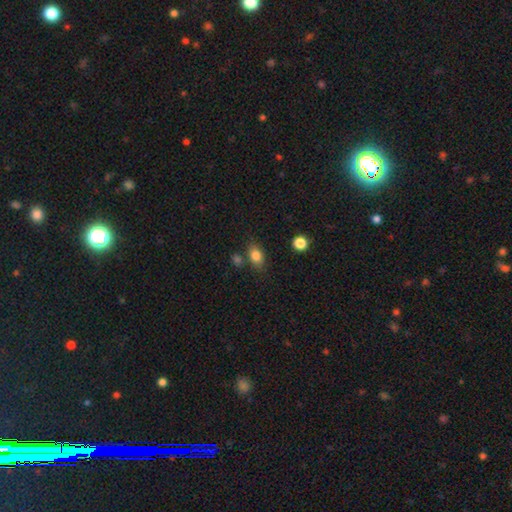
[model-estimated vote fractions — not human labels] smooth 83%, star or artifact 10%, featured or disk 7%. Down the decision tree: how rounded — in between (74%); merging — none (72%).